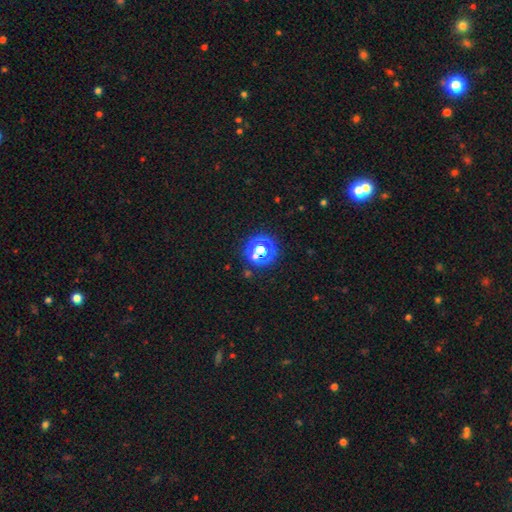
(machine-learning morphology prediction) smooth-or-featured: star or artifact: 49% | smooth: 40% | featured or disk: 11%